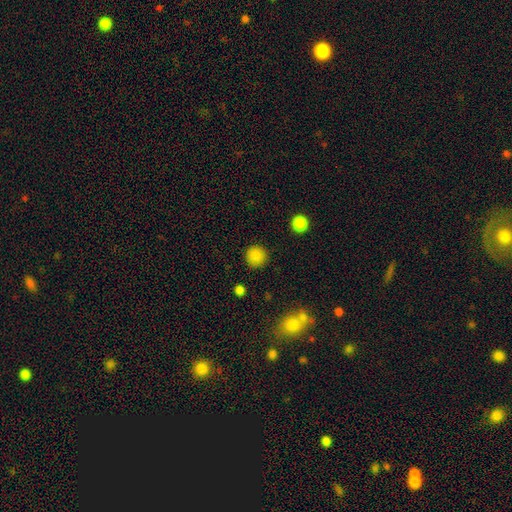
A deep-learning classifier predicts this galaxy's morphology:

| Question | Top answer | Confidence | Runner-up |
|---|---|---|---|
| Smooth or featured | smooth | 86% | star or artifact (11%) |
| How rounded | round | 94% | in between (5%) |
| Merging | none | 90% | minor disturbance (6%) |